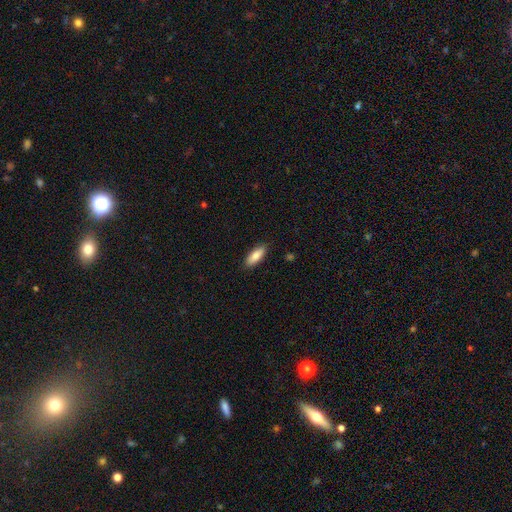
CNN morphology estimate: Smooth or featured? smooth (83%)
How rounded? in between (73%)
Merging? none (88%)